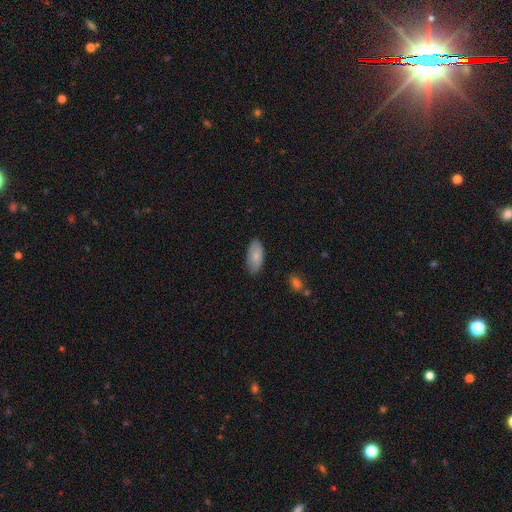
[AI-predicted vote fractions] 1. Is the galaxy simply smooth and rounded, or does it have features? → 81% smooth, 12% featured or disk, 6% star or artifact.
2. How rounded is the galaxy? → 93% in between, 4% cigar-shaped, 2% round.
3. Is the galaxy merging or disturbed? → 83% none, 13% minor disturbance, 2% major disturbance, 1% merger.